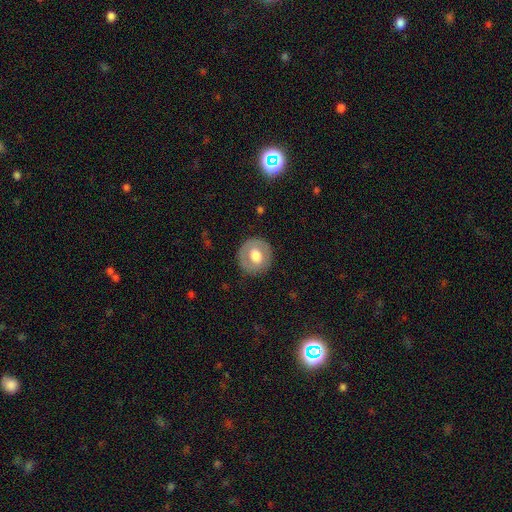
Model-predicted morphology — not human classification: A smooth galaxy with no disk features (58%) that is round (89%).

Vote fractions:
- Smooth or featured? smooth: 58% / featured or disk: 35% / star or artifact: 7%
- How rounded? round: 89% / in between: 10% / cigar-shaped: 1%
- Merging? none: 85% / minor disturbance: 10% / major disturbance: 4% / merger: 1%